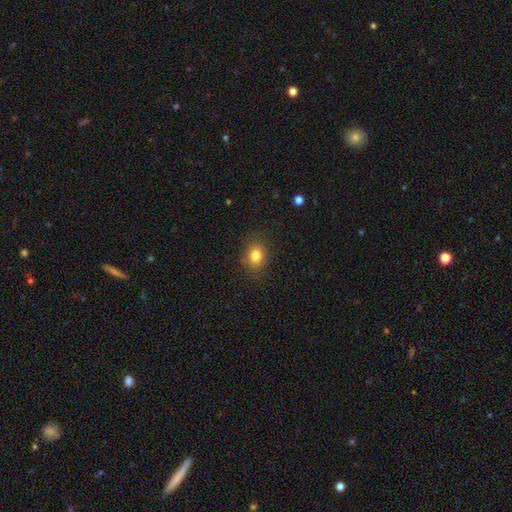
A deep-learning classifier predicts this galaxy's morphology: The model was most divided on "how rounded": round: 55%, in between: 44%, cigar-shaped: 1%. More confident: merging — none (86%); smooth or featured — smooth (81%).